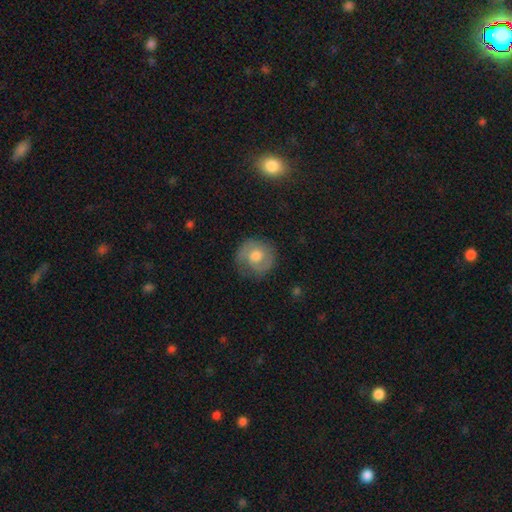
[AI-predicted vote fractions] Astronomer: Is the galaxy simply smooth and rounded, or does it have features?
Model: smooth — 57% (runner-up: featured or disk, 35%).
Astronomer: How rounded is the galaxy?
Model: round — 87%.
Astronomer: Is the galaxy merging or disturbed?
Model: none — 72%.